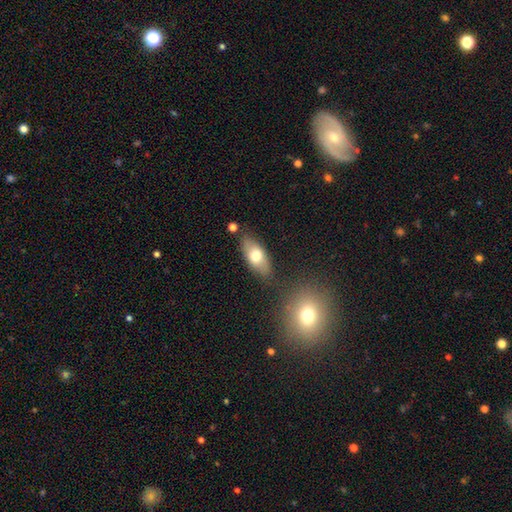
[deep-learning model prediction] Overall: smooth (70%). How rounded: in between (86%). Merging: none (77%).